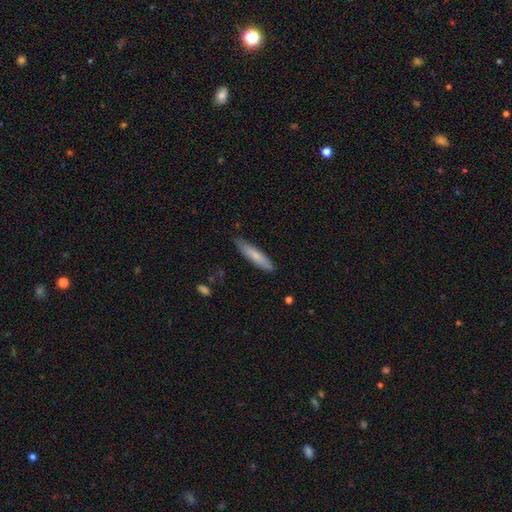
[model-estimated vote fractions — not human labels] smooth_or_featured: smooth (p=0.73) [alt: featured or disk p=0.21]
how_rounded: cigar-shaped (p=0.85) [alt: in between p=0.13]
merging: none (p=0.83) [alt: minor disturbance p=0.13]